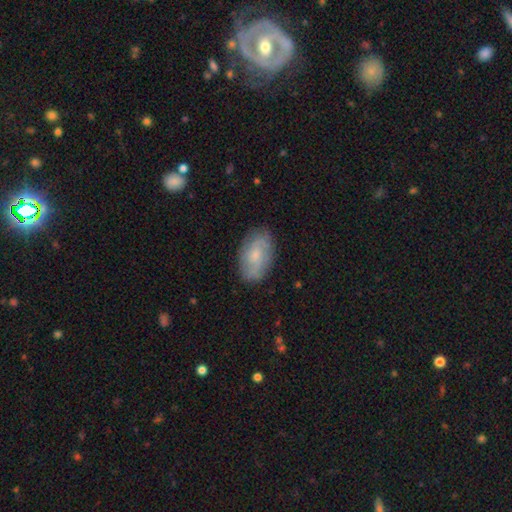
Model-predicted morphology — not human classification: A featured or disk galaxy (52%). Merging: none (81%).